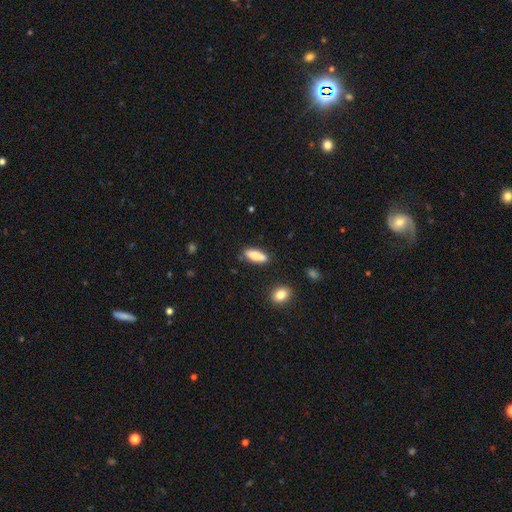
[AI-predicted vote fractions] Smooth or featured? Predicted: smooth (p=0.81). How rounded? Predicted: in between (p=0.55). Merging? Predicted: none (p=0.80).